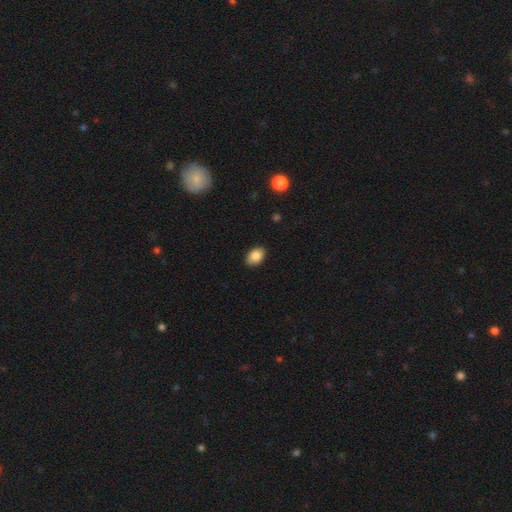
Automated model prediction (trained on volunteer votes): Morphology: type=smooth (86%); roundness=in between (86%); merging=none (87%).